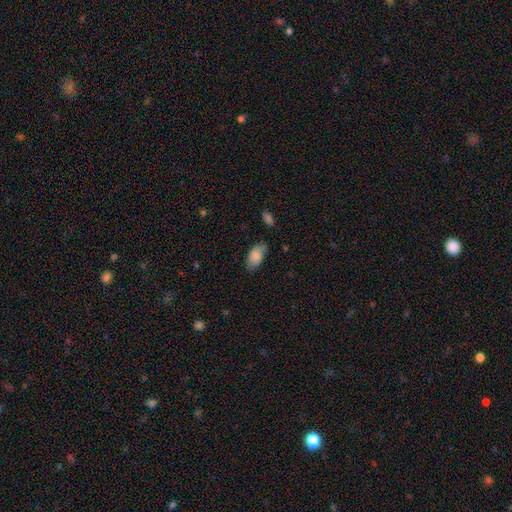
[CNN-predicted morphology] Smooth or featured? Predicted: smooth (p=0.83). How rounded? Predicted: in between (p=0.94). Merging? Predicted: none (p=0.70).